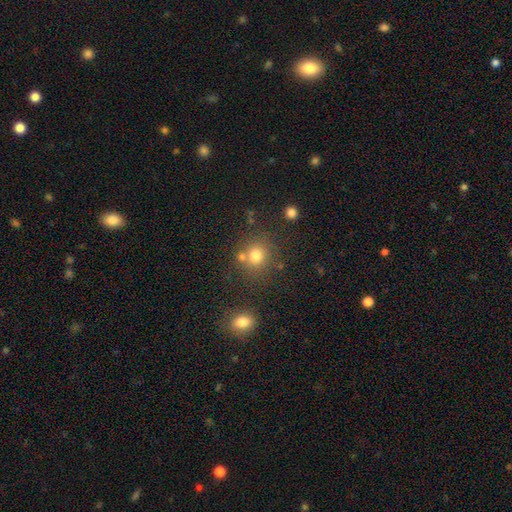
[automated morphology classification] The model was most divided on "merging": none: 69%, merger: 17%, minor disturbance: 10%, major disturbance: 4%. More confident: how rounded — round (85%); smooth or featured — smooth (76%).